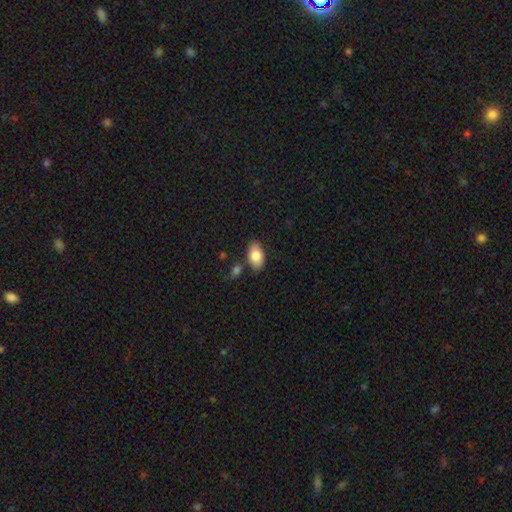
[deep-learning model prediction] Overall: smooth (83%). How rounded: in between (93%). Merging: none (79%).